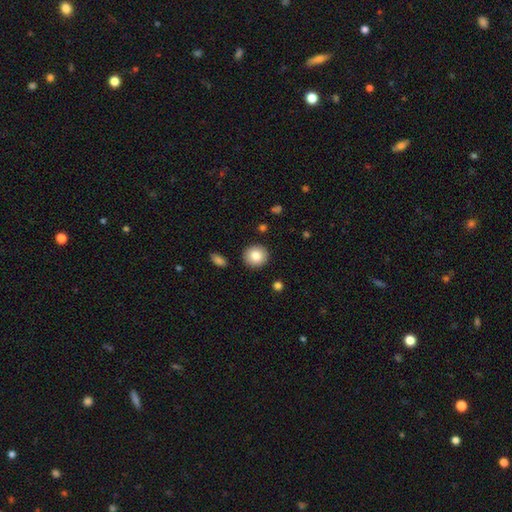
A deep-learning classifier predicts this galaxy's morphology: This is clearly a smooth galaxy (85%). How rounded: clearly round (90%). Merging: clearly none (91%).